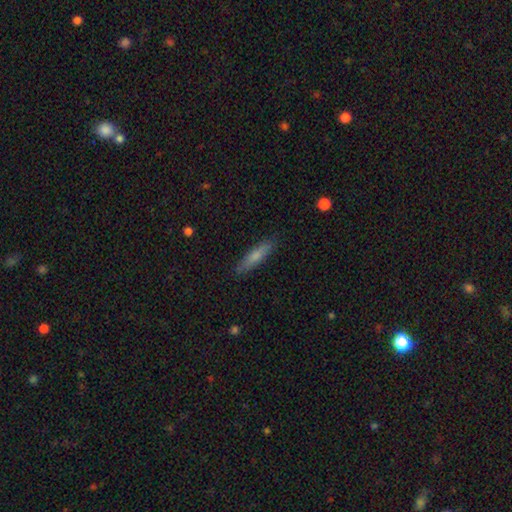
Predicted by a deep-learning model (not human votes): Overall: smooth (73%). How rounded: cigar-shaped (82%). Merging: none (88%).